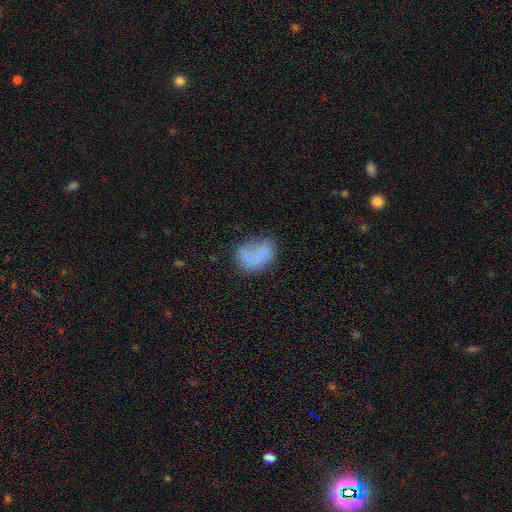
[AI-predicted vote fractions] smooth-or-featured: smooth: 64% | featured or disk: 26% | star or artifact: 10%
  how-rounded: in between: 72% | round: 27% | cigar-shaped: 1%
  merging: none: 43% | minor disturbance: 28% | major disturbance: 21% | merger: 8%